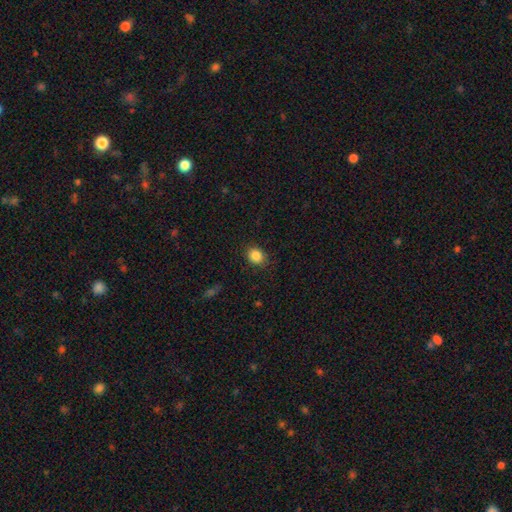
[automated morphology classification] A smooth galaxy with no disk features (86%) that is round (67%).

Vote fractions:
- Smooth or featured? smooth: 86% / star or artifact: 10% / featured or disk: 4%
- How rounded? round: 67% / in between: 32% / cigar-shaped: 1%
- Merging? none: 86% / minor disturbance: 10% / major disturbance: 3% / merger: 1%